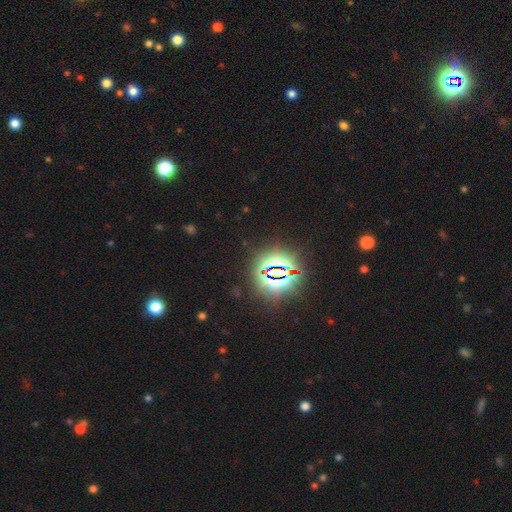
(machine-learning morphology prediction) Smooth or featured? star or artifact (83%)